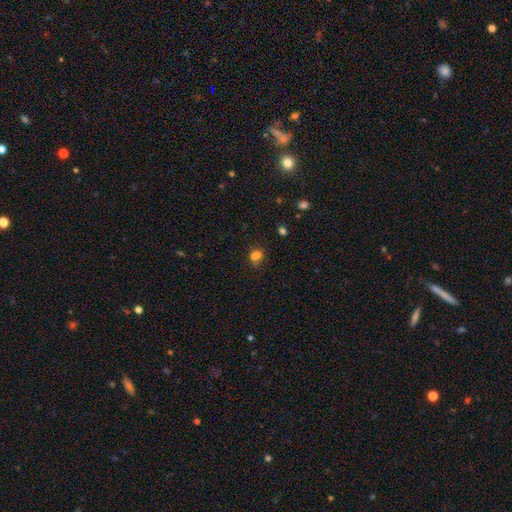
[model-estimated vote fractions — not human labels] smooth-or-featured: smooth: 73% | star or artifact: 19% | featured or disk: 8%
  how-rounded: round: 60% | in between: 39% | cigar-shaped: 1%
  merging: none: 54% | merger: 23% | minor disturbance: 16% | major disturbance: 6%